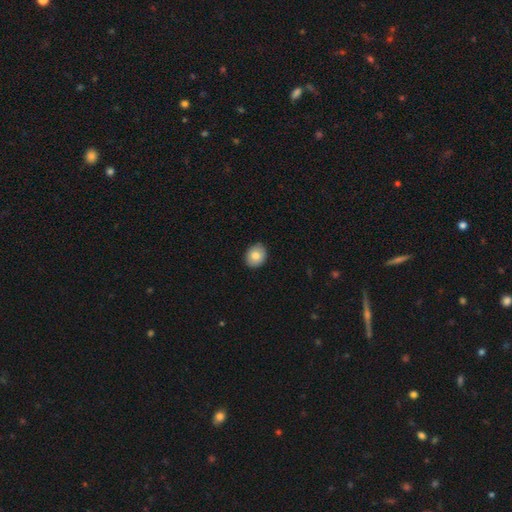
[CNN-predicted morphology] A smooth galaxy with no disk features (81%) that is round (56%). Merging: none (90%).